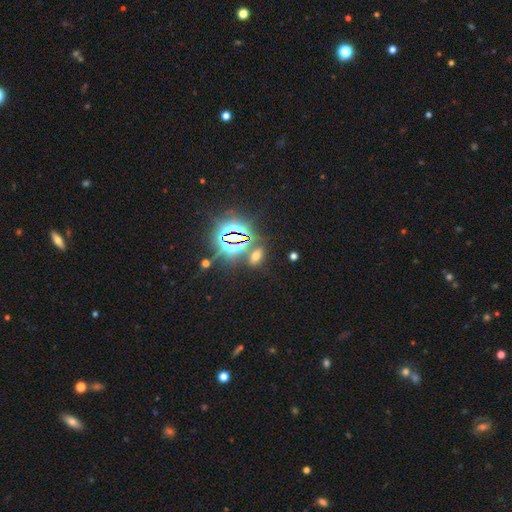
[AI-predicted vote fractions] A star or artifact, not a galaxy (46%).

Vote fractions:
- Smooth or featured? star or artifact: 46% / smooth: 45% / featured or disk: 9%